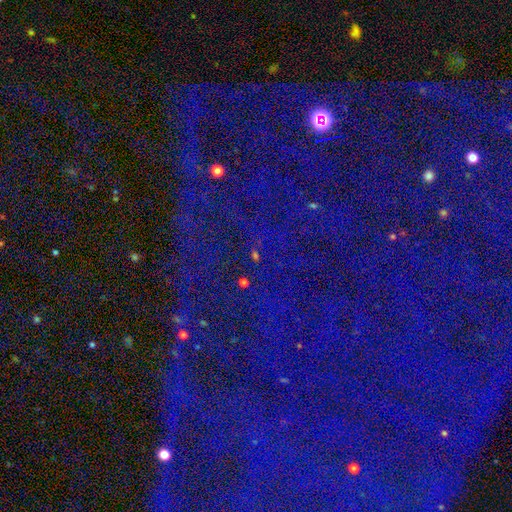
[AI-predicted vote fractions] smooth_or_featured: star or artifact (p=0.78) [alt: smooth p=0.14]